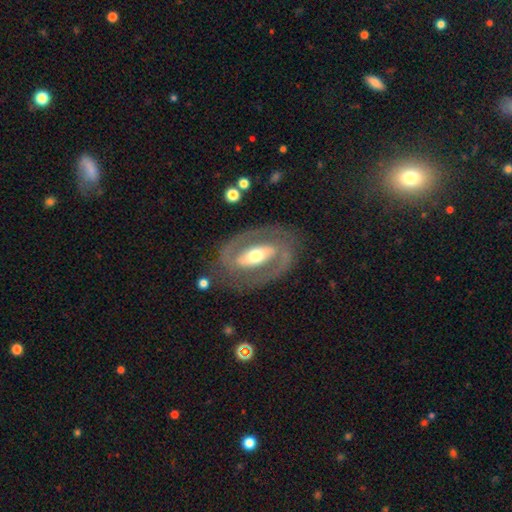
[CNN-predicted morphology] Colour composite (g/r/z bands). It shows a featured or disk galaxy (80%) with a strong bar (48%), 2 (83%) medium (44%) spiral arms (70%) and a moderate central bulge (65%). Merging: none (77%).